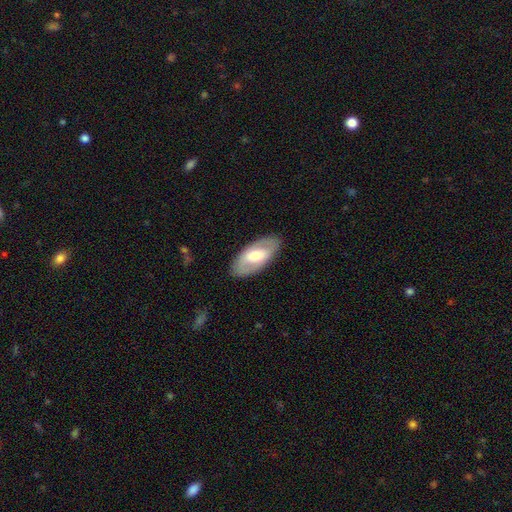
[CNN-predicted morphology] type=featured or disk (51%); edge-on=no (85%); merging=none (85%).